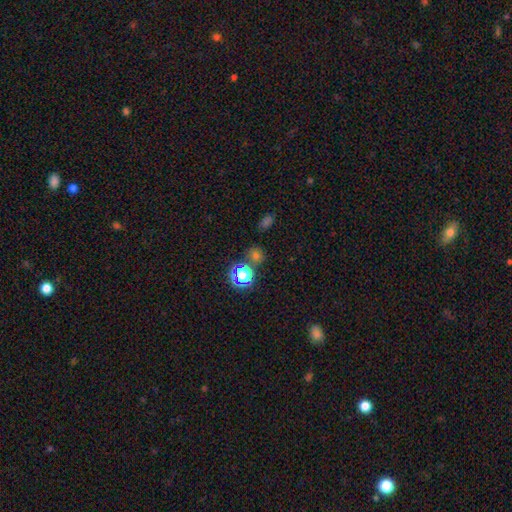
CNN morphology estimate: A smooth galaxy with no disk features (56%) that is round (81%).

Vote fractions:
- Smooth or featured? smooth: 56% / star or artifact: 37% / featured or disk: 7%
- How rounded? round: 81% / in between: 18% / cigar-shaped: 1%
- Merging? none: 72% / merger: 15% / minor disturbance: 9% / major disturbance: 4%